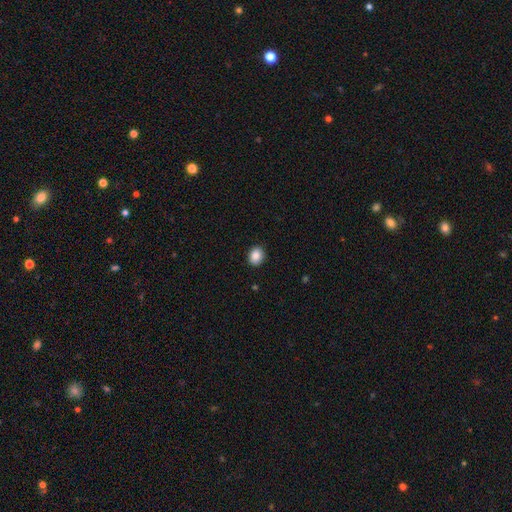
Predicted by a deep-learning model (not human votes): smooth_or_featured: smooth (p=0.88) [alt: star or artifact p=0.08]
how_rounded: round (p=0.56) [alt: in between p=0.44]
merging: none (p=0.90) [alt: minor disturbance p=0.07]